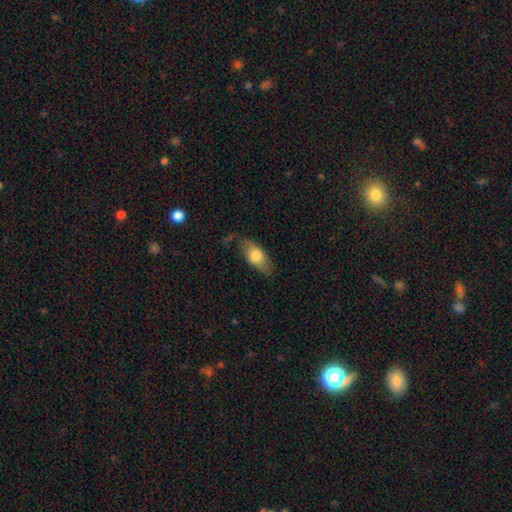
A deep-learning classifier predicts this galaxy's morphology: The model was most divided on "merging": none: 68%, minor disturbance: 22%, major disturbance: 8%, merger: 2%. More confident: how rounded — in between (86%); smooth or featured — smooth (71%).